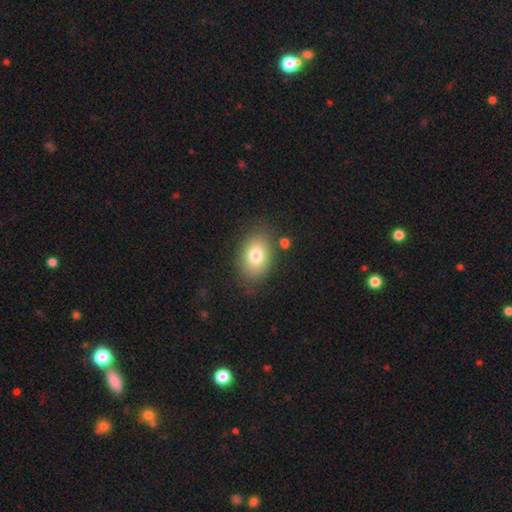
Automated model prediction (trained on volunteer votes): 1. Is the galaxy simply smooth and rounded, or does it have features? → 78% smooth, 12% featured or disk, 10% star or artifact.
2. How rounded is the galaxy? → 74% in between, 25% round, 1% cigar-shaped.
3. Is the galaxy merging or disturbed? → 79% none, 13% minor disturbance, 4% major disturbance, 3% merger.